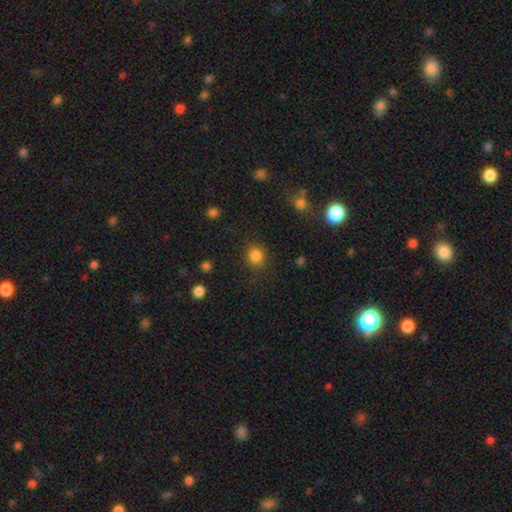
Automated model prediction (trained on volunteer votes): Smooth or featured: smooth — 84% (star or artifact — 12%)
How rounded: round — 85% (in between — 14%)
Merging: none — 87% (minor disturbance — 8%)